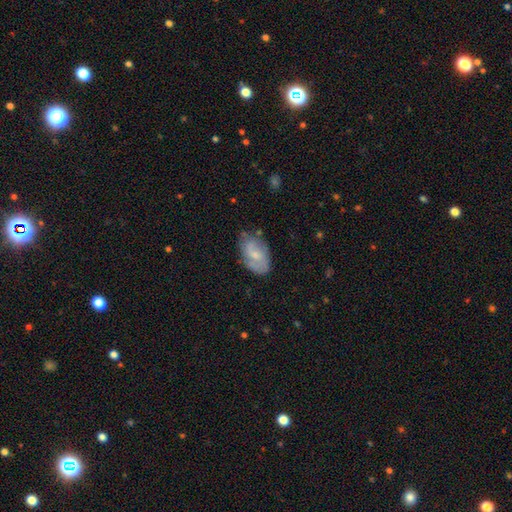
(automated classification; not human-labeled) A smooth galaxy with no disk features (54%) that is in between round and cigar-shaped (92%).

Vote fractions:
- Smooth or featured? smooth: 54% / featured or disk: 39% / star or artifact: 7%
- How rounded? in between: 92% / round: 6% / cigar-shaped: 2%
- Merging? none: 63% / minor disturbance: 27% / major disturbance: 8% / merger: 3%